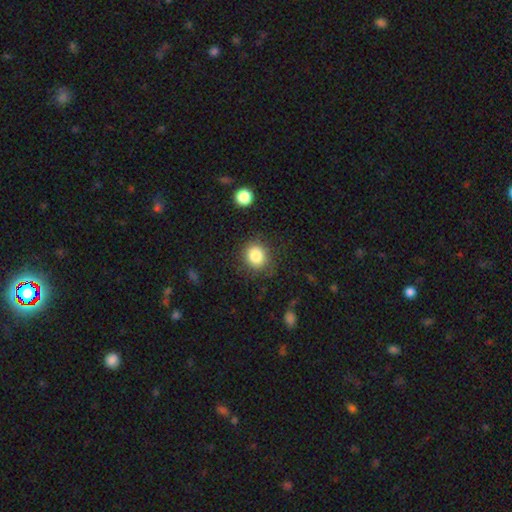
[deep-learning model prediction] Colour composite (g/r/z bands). It shows a smooth galaxy with no disk features (85%) that is round (80%). Merging: none (82%).